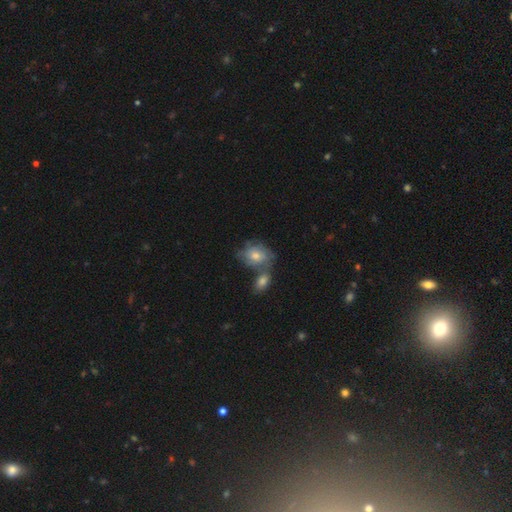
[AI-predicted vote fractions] Smooth or featured?
  - smooth: 46% *
  - featured or disk: 43%
  - star or artifact: 11%
Merging?
  - none: 41% *
  - merger: 36%
  - minor disturbance: 16%
  - major disturbance: 7%